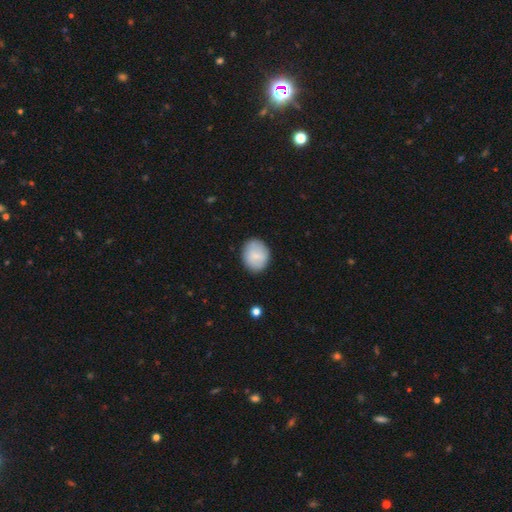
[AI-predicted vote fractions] Smooth or featured: smooth — 79% (featured or disk — 14%)
How rounded: round — 57% (in between — 42%)
Merging: none — 85% (minor disturbance — 11%)